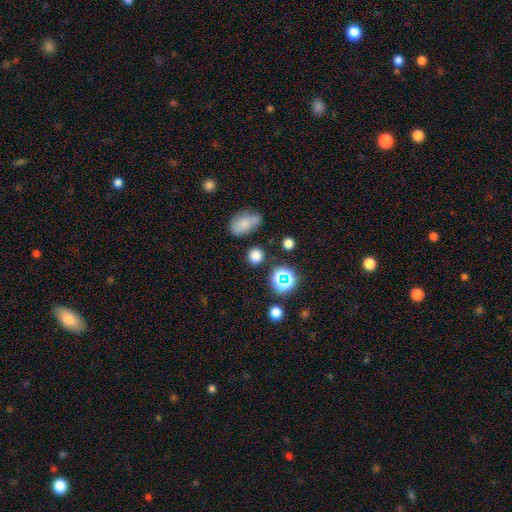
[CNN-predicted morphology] Q: Smooth or featured?
A: smooth (74%); runner-up: star or artifact (19%)
Q: How rounded?
A: round (74%); runner-up: in between (24%)
Q: Merging?
A: none (77%); runner-up: minor disturbance (12%)